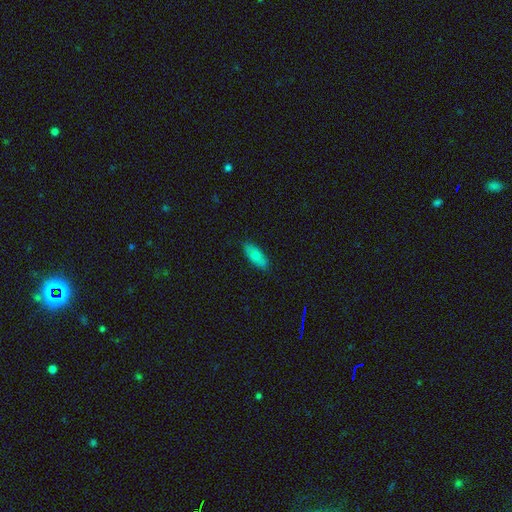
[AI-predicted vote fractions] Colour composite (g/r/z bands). It shows a smooth galaxy with no disk features (72%) that is in between round and cigar-shaped (80%). Merging: none (85%).